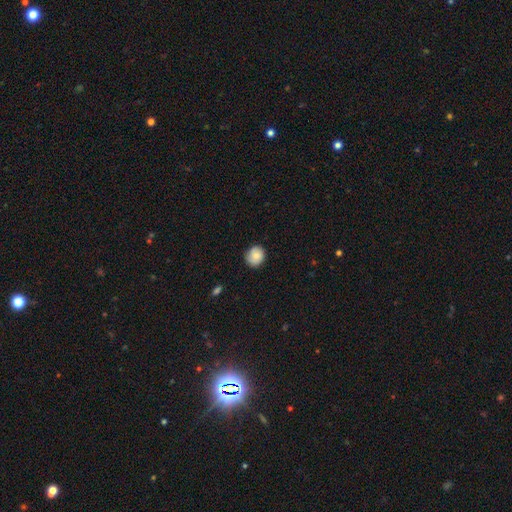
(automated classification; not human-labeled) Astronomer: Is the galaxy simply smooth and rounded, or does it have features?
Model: smooth — 78%.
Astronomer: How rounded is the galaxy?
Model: round — 81%.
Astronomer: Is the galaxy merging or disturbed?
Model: none — 83%.